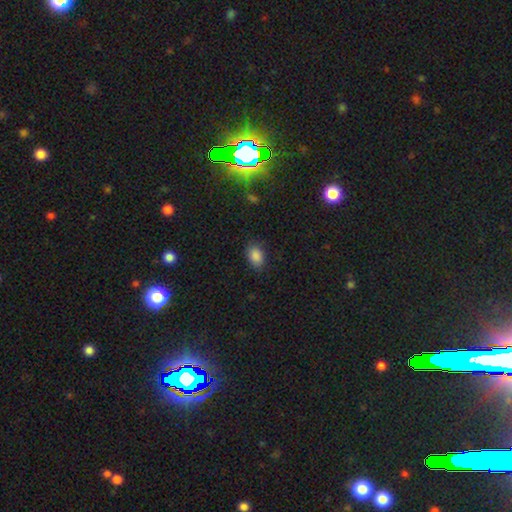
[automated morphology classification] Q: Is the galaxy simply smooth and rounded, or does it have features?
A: smooth — 87%.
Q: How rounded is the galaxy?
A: in between — 84%.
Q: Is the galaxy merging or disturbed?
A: none — 83%.